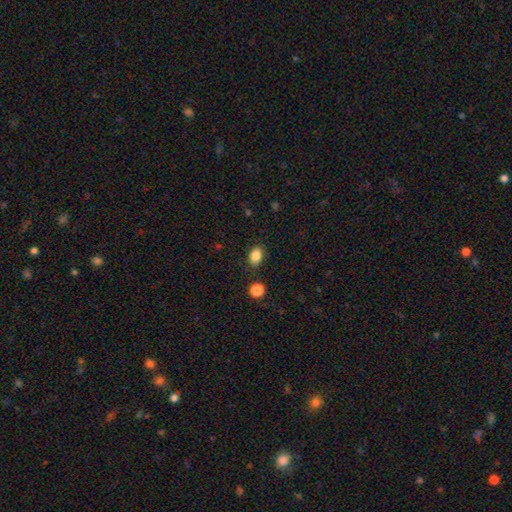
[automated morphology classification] Smooth or featured?
  - smooth: 86% *
  - star or artifact: 10%
  - featured or disk: 4%
How rounded?
  - in between: 77% *
  - round: 22%
  - cigar-shaped: 1%
Merging?
  - none: 85% *
  - minor disturbance: 10%
  - merger: 3%
  - major disturbance: 3%